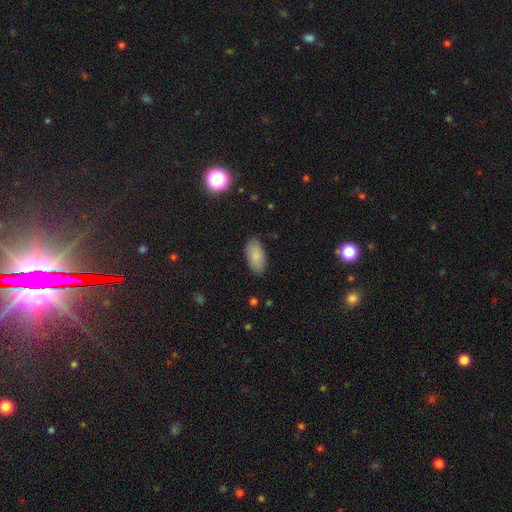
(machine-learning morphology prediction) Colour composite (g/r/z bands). It shows a smooth galaxy with no disk features (87%) that is in between round and cigar-shaped (93%). Merging: none (86%).